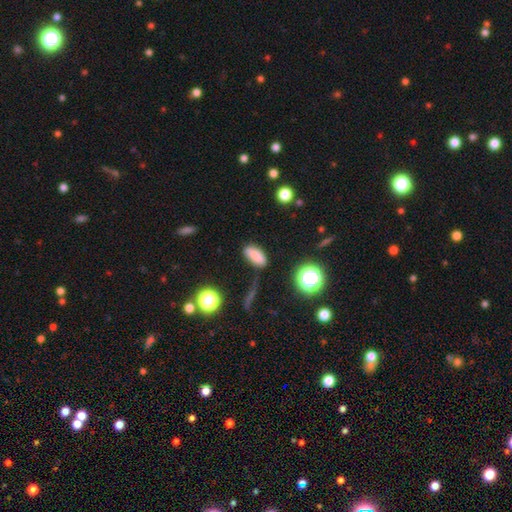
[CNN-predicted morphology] Smooth or featured? smooth (81%)
How rounded? in between (85%)
Merging? none (75%)